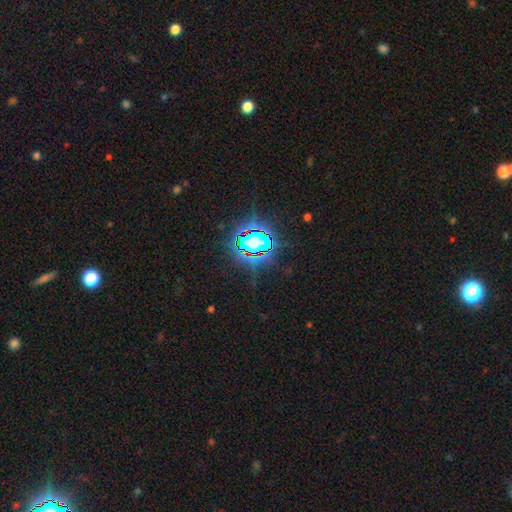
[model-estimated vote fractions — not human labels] Q: Smooth or featured?
A: star or artifact (81%); runner-up: smooth (11%)